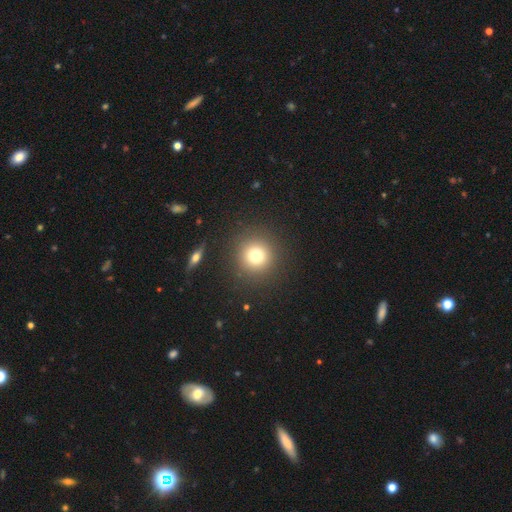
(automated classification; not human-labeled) This is likely a smooth galaxy (76%). How rounded: clearly round (94%). Merging: clearly none (89%).